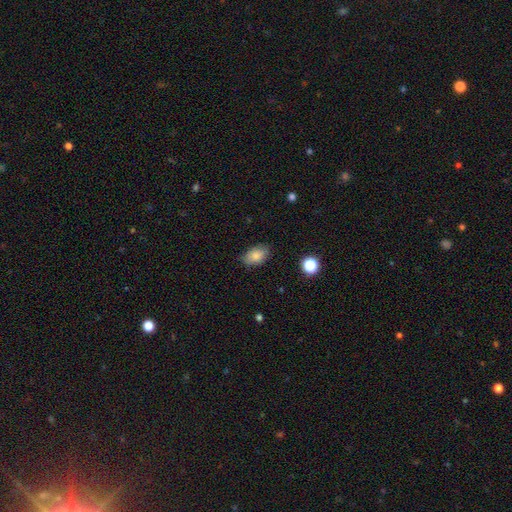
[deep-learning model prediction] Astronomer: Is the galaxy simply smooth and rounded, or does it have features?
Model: smooth — 83%.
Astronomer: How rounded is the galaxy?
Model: in between — 90%.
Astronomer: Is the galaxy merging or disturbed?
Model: none — 79%.